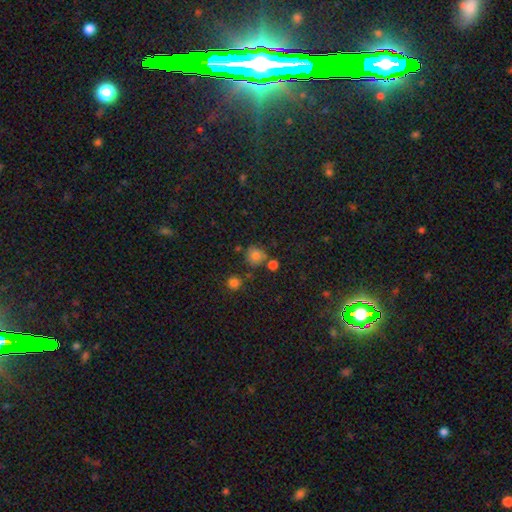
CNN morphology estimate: Smooth or featured? Predicted: smooth (p=0.78). How rounded? Predicted: round (p=0.83). Merging? Predicted: none (p=0.66).